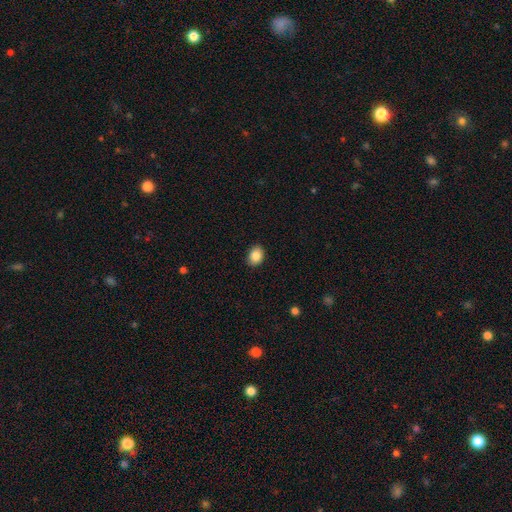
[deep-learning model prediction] Overall: smooth (88%). How rounded: in between (65%; round 34%). Merging: none (87%).